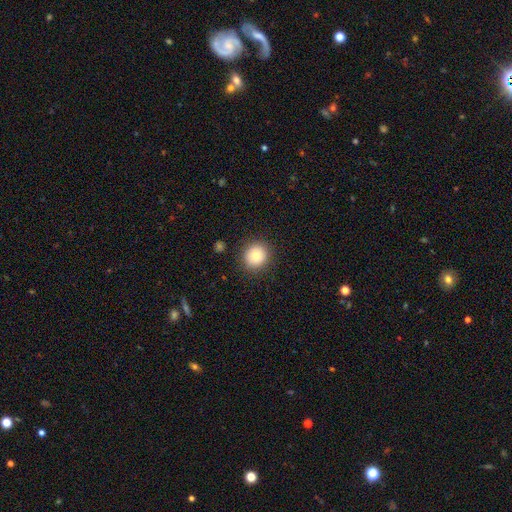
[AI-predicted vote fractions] Smooth or featured: smooth — 80% (star or artifact — 10%)
How rounded: round — 88% (in between — 11%)
Merging: none — 89% (minor disturbance — 7%)